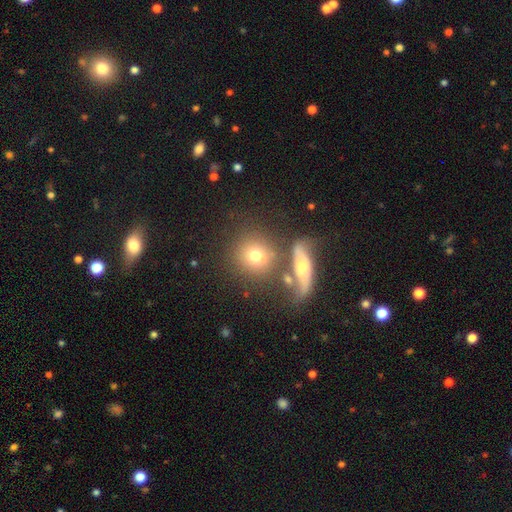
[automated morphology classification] A smooth galaxy with no disk features (69%) that is round (77%).

Vote fractions:
- Smooth or featured? smooth: 69% / featured or disk: 19% / star or artifact: 12%
- How rounded? round: 77% / in between: 20% / cigar-shaped: 3%
- Merging? none: 57% / merger: 25% / minor disturbance: 11% / major disturbance: 6%